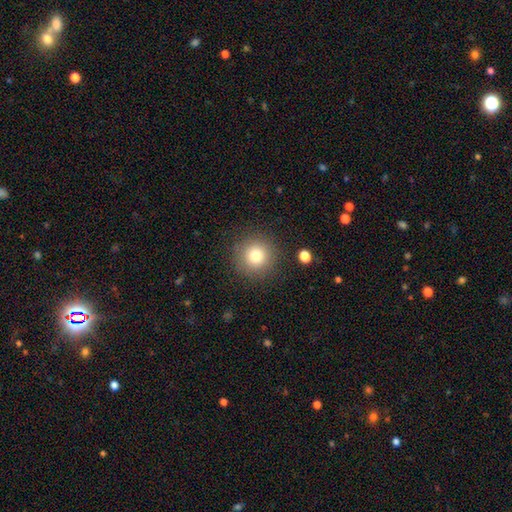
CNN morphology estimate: A smooth galaxy with no disk features (79%) that is round (95%).

Vote fractions:
- Smooth or featured? smooth: 79% / star or artifact: 12% / featured or disk: 9%
- How rounded? round: 95% / in between: 4% / cigar-shaped: 1%
- Merging? none: 88% / minor disturbance: 7% / major disturbance: 3% / merger: 2%